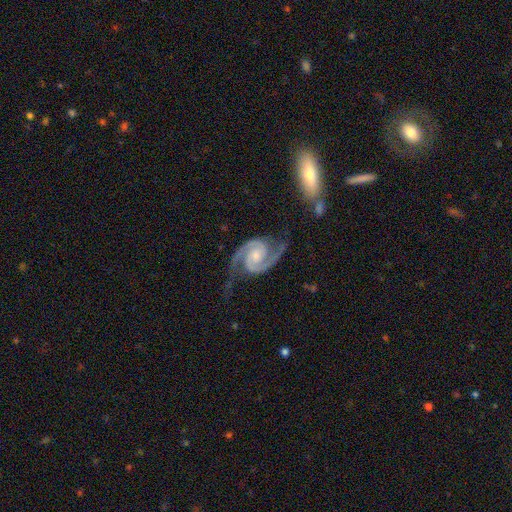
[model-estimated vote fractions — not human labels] A featured or disk galaxy (93%) with no bar (62%), 2 (94%) medium (54%) spiral arms (99%) and a small central bulge (48%). Merging: none (72%).